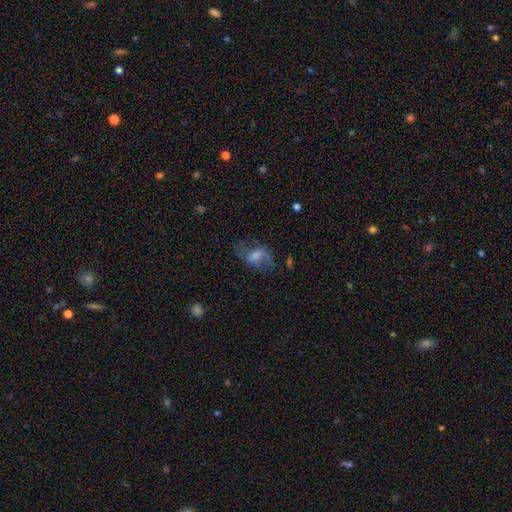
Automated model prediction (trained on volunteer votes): Q: Smooth or featured?
A: featured or disk (51%); runner-up: smooth (37%)
Q: Edge-on disk?
A: no (95%); runner-up: yes (5%)
Q: Merging?
A: none (50%); runner-up: major disturbance (26%)